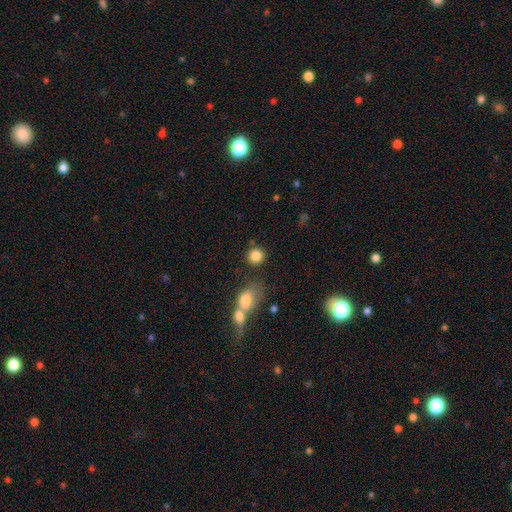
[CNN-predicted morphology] Smooth or featured? Predicted: smooth (p=0.84). How rounded? Predicted: round (p=0.86). Merging? Predicted: none (p=0.73).